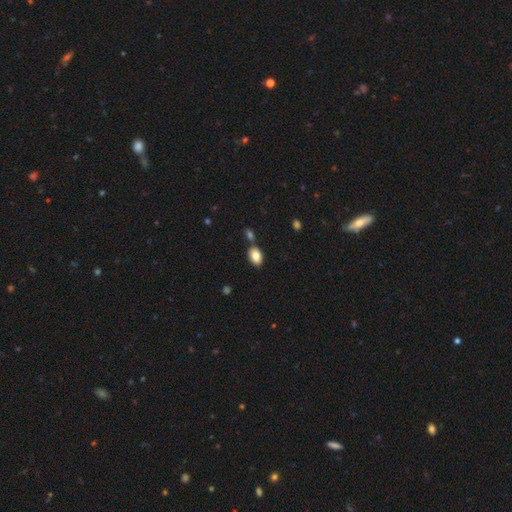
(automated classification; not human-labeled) Q: Smooth or featured?
A: smooth (84%); runner-up: featured or disk (8%)
Q: How rounded?
A: in between (88%); runner-up: round (11%)
Q: Merging?
A: none (73%); runner-up: merger (13%)